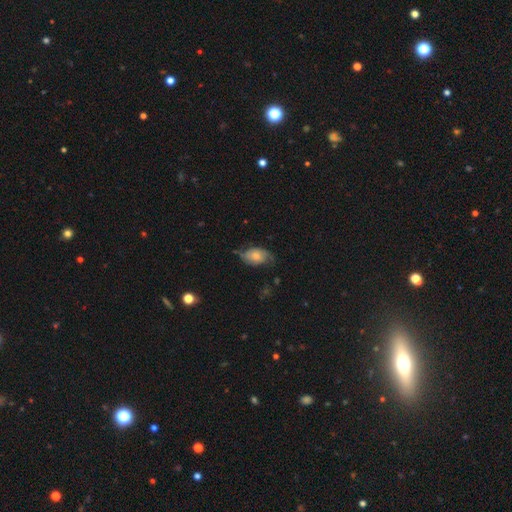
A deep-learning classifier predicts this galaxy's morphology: smooth_or_featured: featured or disk (p=0.46) [tied with: smooth p=0.46]
merging: none (p=0.55) [alt: minor disturbance p=0.30]